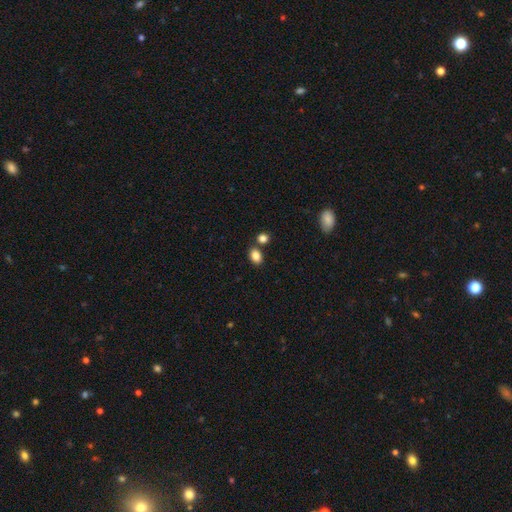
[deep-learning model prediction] Overall: smooth (86%). How rounded: in between (75%). Merging: none (71%).